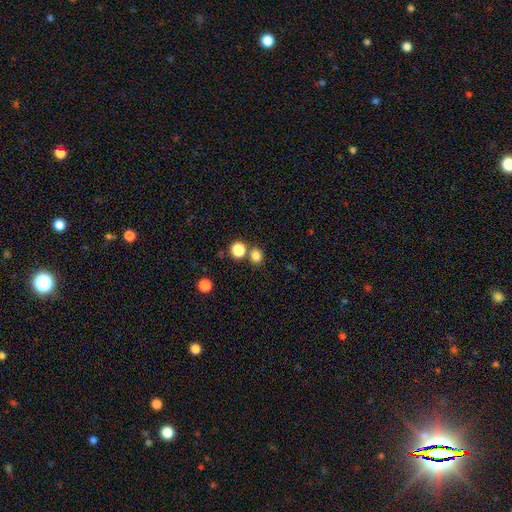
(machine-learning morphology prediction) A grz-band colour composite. It shows a smooth galaxy with no disk features (82%) that is round (84%). Merging: none (72%).